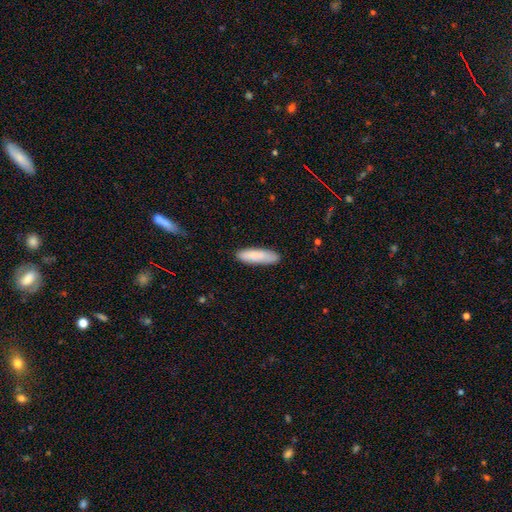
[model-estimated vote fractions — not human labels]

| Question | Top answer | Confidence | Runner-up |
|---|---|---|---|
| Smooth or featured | smooth | 84% | featured or disk (10%) |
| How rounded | cigar-shaped | 63% | in between (35%) |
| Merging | none | 86% | minor disturbance (11%) |